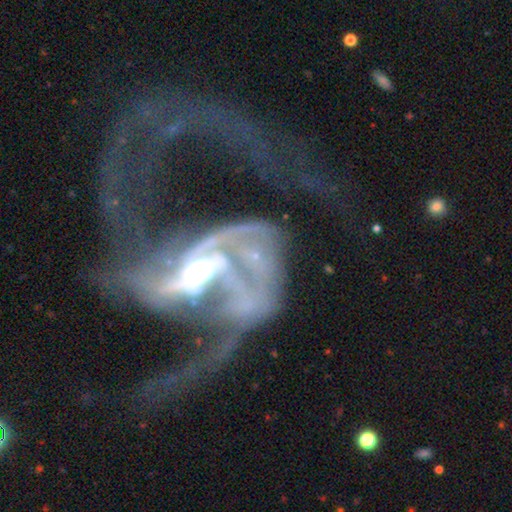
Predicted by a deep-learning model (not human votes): Morphology: type=featured or disk (89%); edge-on=no (97%); bar=weak (38%); spiral arms=yes (91%); winding=loose (60%); arm count=2 (53%); bulge=moderate (57%); merging=major disturbance (54%).